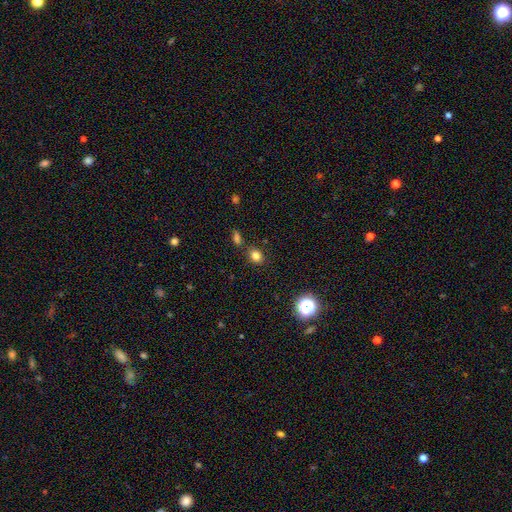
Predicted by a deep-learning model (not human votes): smooth 80%, star or artifact 14%, featured or disk 6%. Down the decision tree: how rounded — round (56%); merging — none (75%).